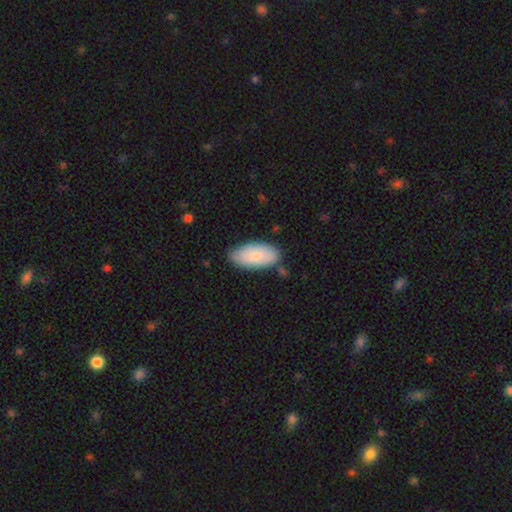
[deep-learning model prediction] Smooth or featured?
  - smooth: 81% *
  - featured or disk: 13%
  - star or artifact: 6%
How rounded?
  - in between: 93% *
  - cigar-shaped: 5%
  - round: 2%
Merging?
  - none: 76% *
  - minor disturbance: 18%
  - merger: 3%
  - major disturbance: 3%